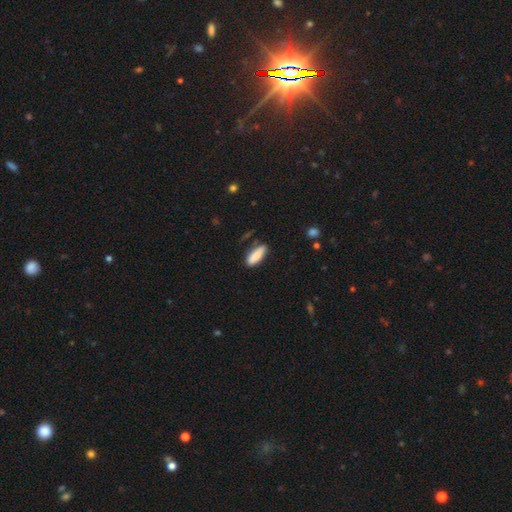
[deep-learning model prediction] The model was most divided on "how rounded": in between: 66%, cigar-shaped: 32%, round: 2%. More confident: smooth or featured — smooth (85%); merging — none (73%).